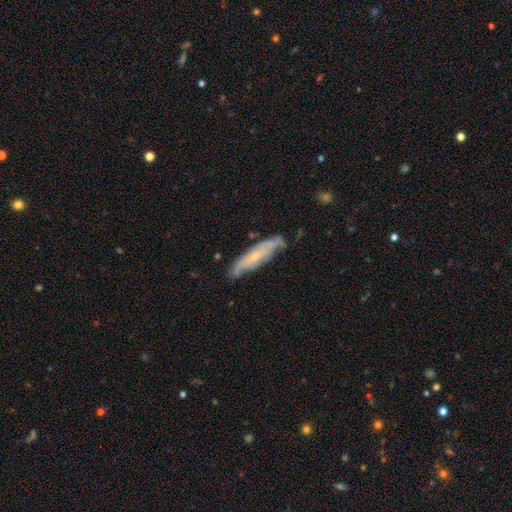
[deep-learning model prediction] This appears to be a featured or disk galaxy (58%). Merging: none (68%).